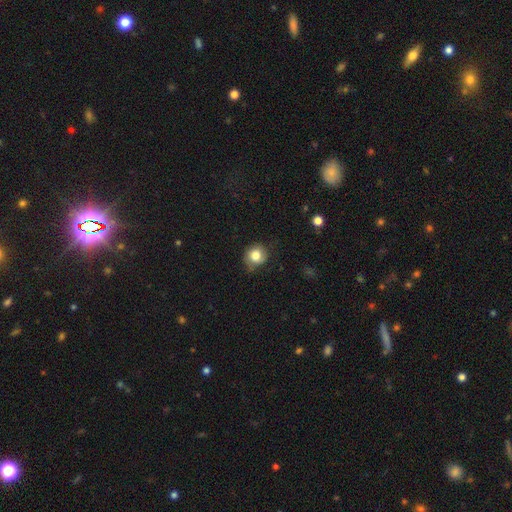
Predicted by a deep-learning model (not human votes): smooth_or_featured: smooth (p=0.80) [alt: featured or disk p=0.10]
how_rounded: round (p=0.80) [alt: in between p=0.19]
merging: none (p=0.68) [alt: minor disturbance p=0.24]